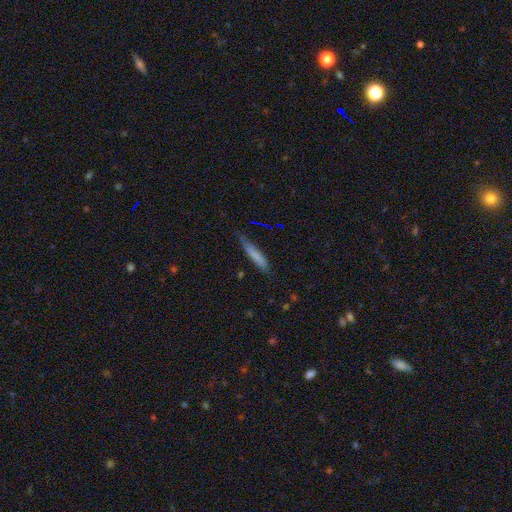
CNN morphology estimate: Q: Smooth or featured?
A: smooth (74%); runner-up: featured or disk (19%)
Q: How rounded?
A: cigar-shaped (89%); runner-up: in between (9%)
Q: Merging?
A: none (67%); runner-up: minor disturbance (26%)